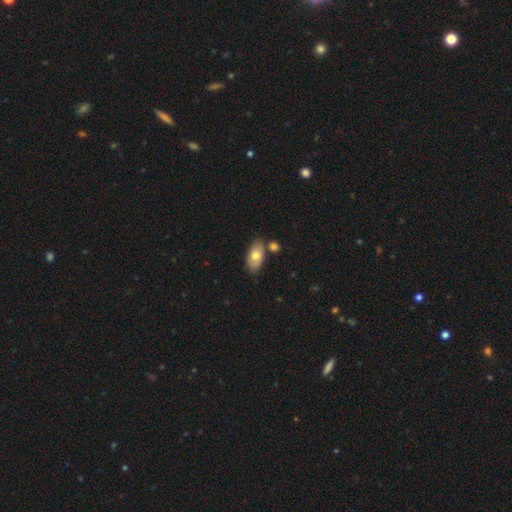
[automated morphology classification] type=smooth (73%); roundness=in between (92%); merging=none (70%).